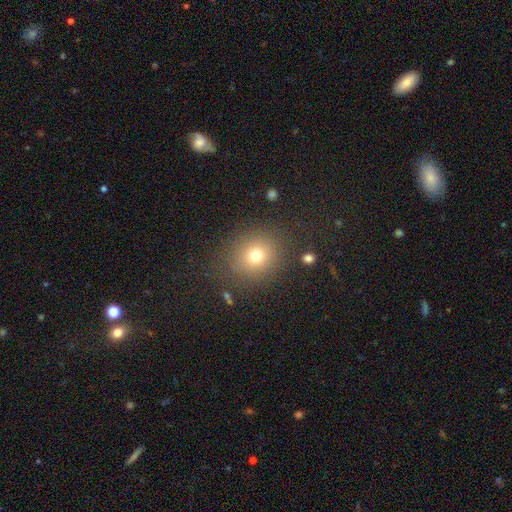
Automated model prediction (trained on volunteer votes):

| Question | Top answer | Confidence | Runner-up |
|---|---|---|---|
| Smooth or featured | smooth | 73% | star or artifact (16%) |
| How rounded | round | 80% | in between (19%) |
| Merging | none | 83% | minor disturbance (10%) |